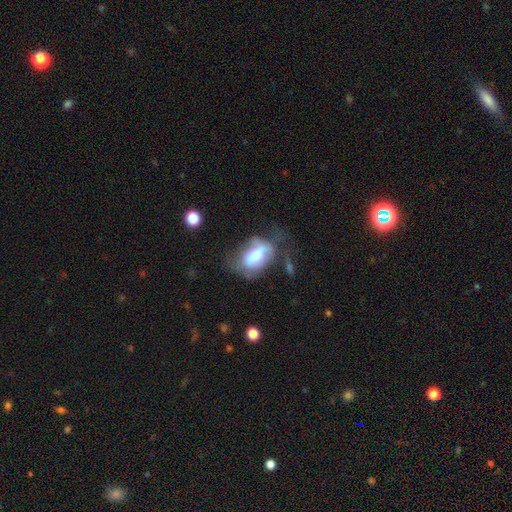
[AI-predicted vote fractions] Q: Smooth or featured?
A: smooth (49%); runner-up: featured or disk (43%)
Q: Merging?
A: none (35%); runner-up: major disturbance (30%)